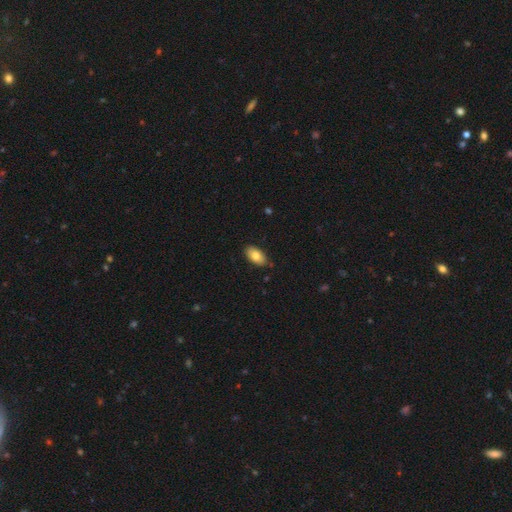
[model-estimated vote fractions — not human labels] Q: Smooth or featured?
A: smooth (79%); runner-up: featured or disk (14%)
Q: How rounded?
A: in between (94%); runner-up: round (4%)
Q: Merging?
A: none (86%); runner-up: minor disturbance (11%)